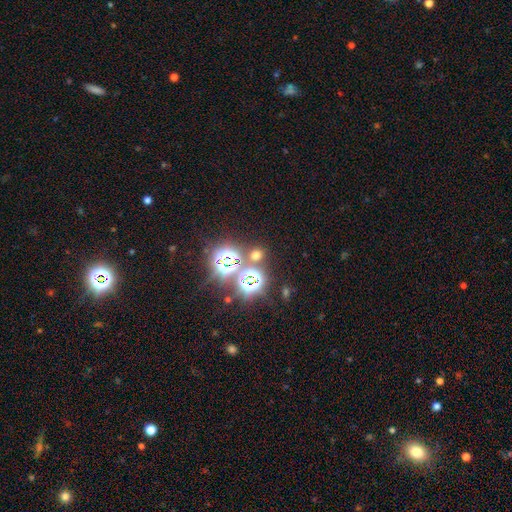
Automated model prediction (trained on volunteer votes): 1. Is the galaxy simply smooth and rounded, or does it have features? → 51% star or artifact, 42% smooth, 7% featured or disk.